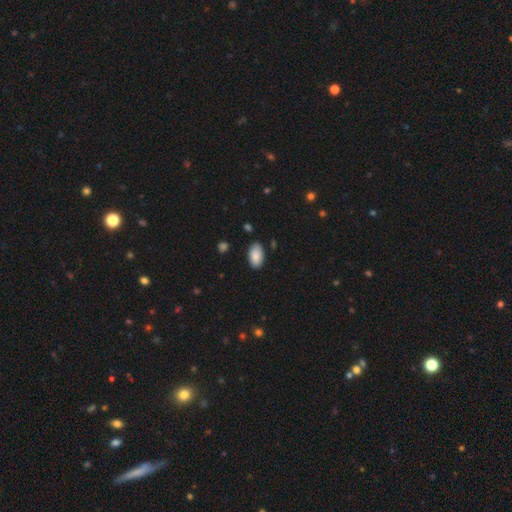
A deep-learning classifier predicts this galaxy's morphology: type=smooth (89%); roundness=in between (95%); merging=none (86%).